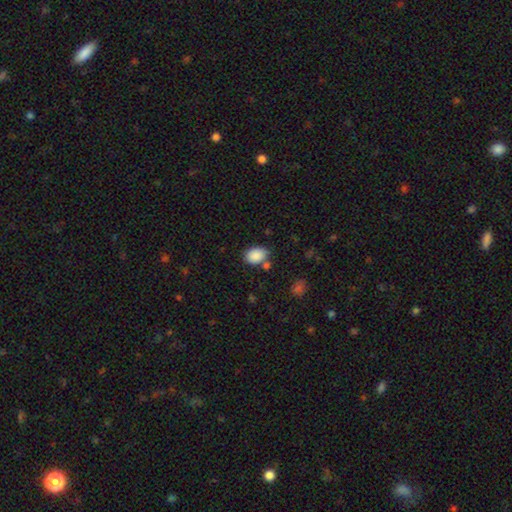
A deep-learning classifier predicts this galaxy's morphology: This is clearly a smooth galaxy (88%). How rounded: likely in between (75%). Merging: likely none (71%).